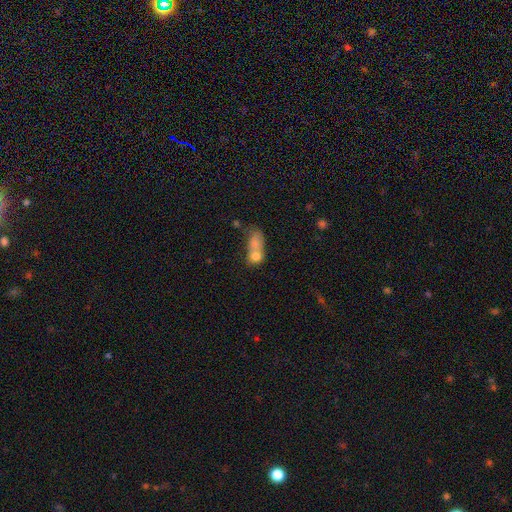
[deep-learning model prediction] This appears to be a smooth galaxy with no disk features (72%) that is in between round and cigar-shaped (58%). Merging: merger (67%).